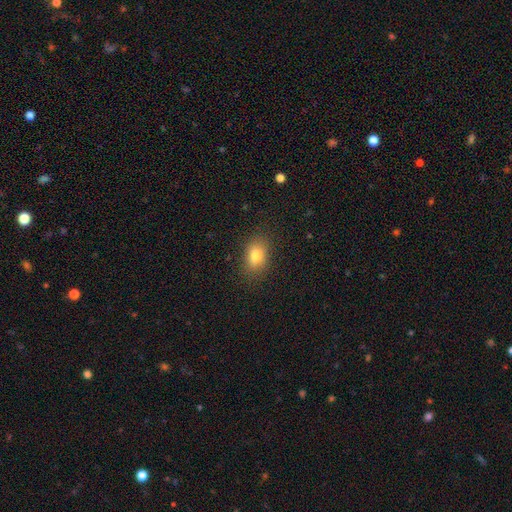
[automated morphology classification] Q: Smooth or featured?
A: smooth (80%); runner-up: featured or disk (10%)
Q: How rounded?
A: in between (82%); runner-up: round (15%)
Q: Merging?
A: none (82%); runner-up: minor disturbance (13%)